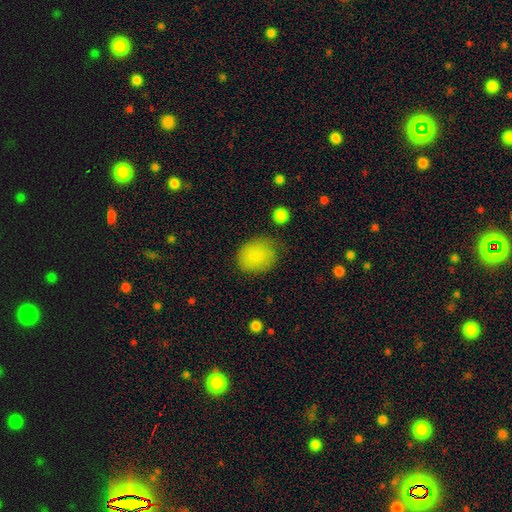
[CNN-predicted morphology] The model was most divided on "how rounded": round: 50%, in between: 49%, cigar-shaped: 1%. More confident: smooth or featured — smooth (84%); merging — none (66%).